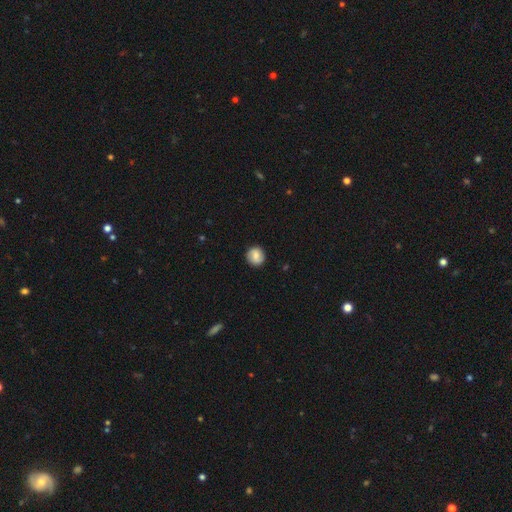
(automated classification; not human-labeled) smooth_or_featured: smooth (p=0.74) [alt: featured or disk p=0.18]
how_rounded: round (p=0.90) [alt: in between p=0.09]
merging: none (p=0.89) [alt: minor disturbance p=0.08]